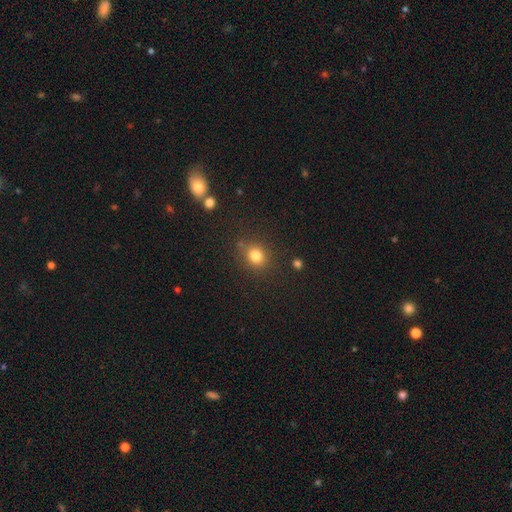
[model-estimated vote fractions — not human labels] smooth_or_featured: smooth (p=0.80) [alt: star or artifact p=0.13]
how_rounded: round (p=0.73) [alt: in between p=0.26]
merging: none (p=0.80) [alt: minor disturbance p=0.12]